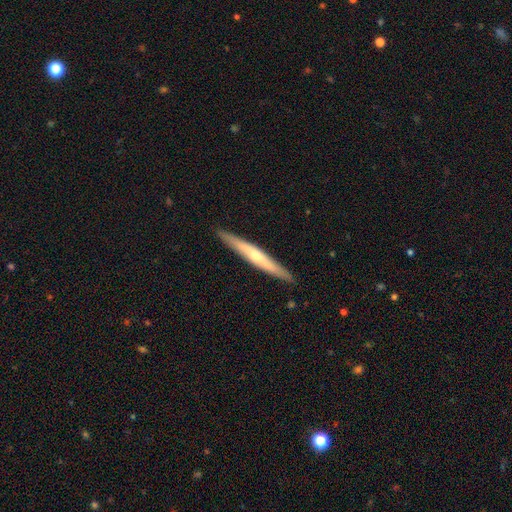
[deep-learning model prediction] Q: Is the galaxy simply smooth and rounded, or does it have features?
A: featured or disk — 57%.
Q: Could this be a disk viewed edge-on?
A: yes — 94%.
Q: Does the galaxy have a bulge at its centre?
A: rounded — 65%.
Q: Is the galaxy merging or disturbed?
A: none — 91%.